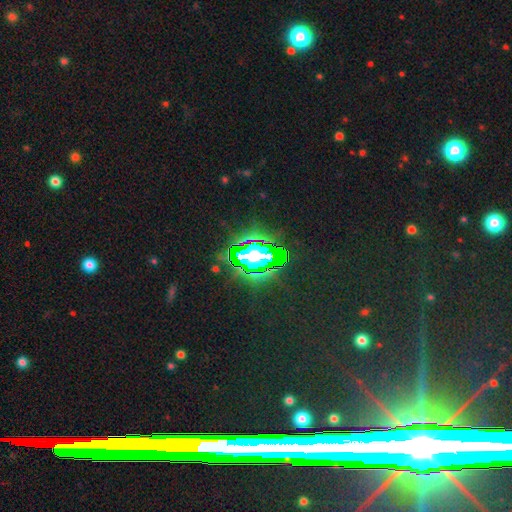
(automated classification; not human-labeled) Overall: star or artifact (70%).